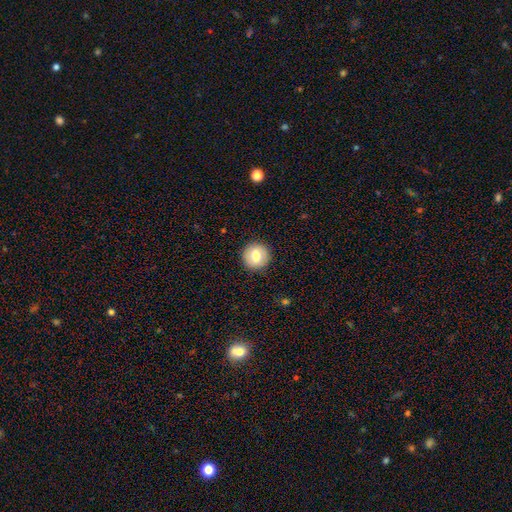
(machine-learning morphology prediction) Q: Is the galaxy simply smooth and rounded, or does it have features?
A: smooth — 76%.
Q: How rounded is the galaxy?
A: round — 93%.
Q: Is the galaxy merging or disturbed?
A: none — 91%.